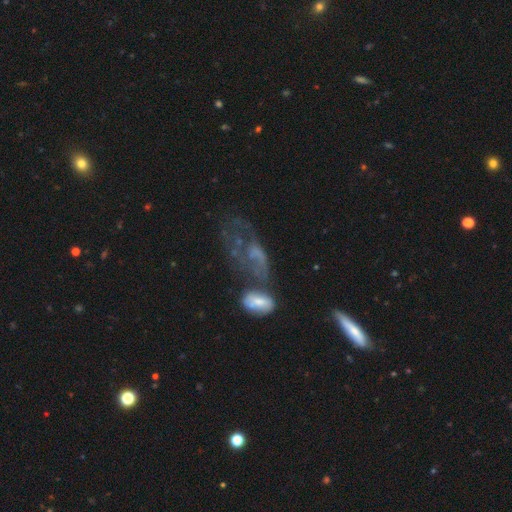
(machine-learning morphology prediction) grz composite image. It shows a featured or disk galaxy (55%). Merging: major disturbance (35%).